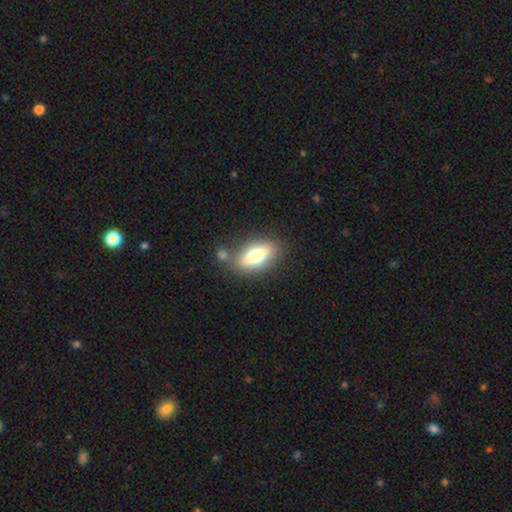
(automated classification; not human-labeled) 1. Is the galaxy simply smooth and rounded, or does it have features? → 52% smooth, 40% featured or disk, 8% star or artifact.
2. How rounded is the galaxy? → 69% in between, 26% cigar-shaped, 5% round.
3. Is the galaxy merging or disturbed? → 73% none, 12% minor disturbance, 11% merger, 5% major disturbance.